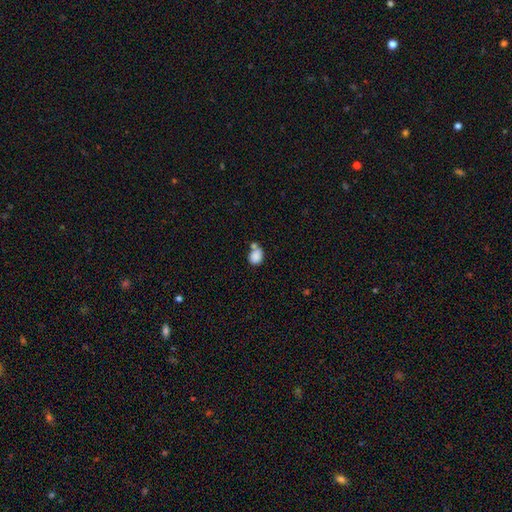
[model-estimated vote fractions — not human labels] smooth_or_featured: smooth (p=0.85) [alt: star or artifact p=0.09]
how_rounded: in between (p=0.53) [alt: round p=0.46]
merging: none (p=0.44) [alt: merger p=0.36]